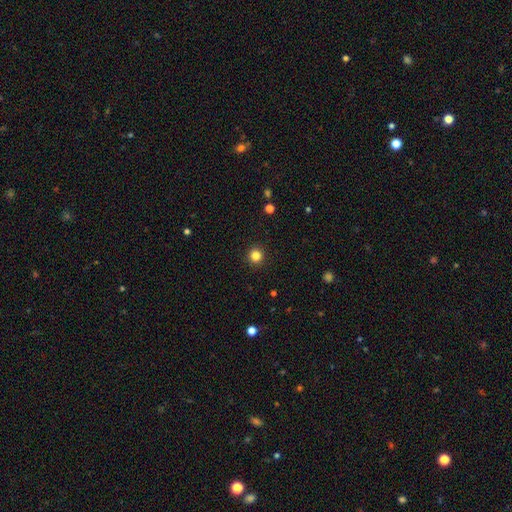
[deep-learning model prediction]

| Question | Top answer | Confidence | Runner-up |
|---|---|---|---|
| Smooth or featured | smooth | 84% | star or artifact (12%) |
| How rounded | round | 95% | in between (4%) |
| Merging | none | 93% | minor disturbance (5%) |